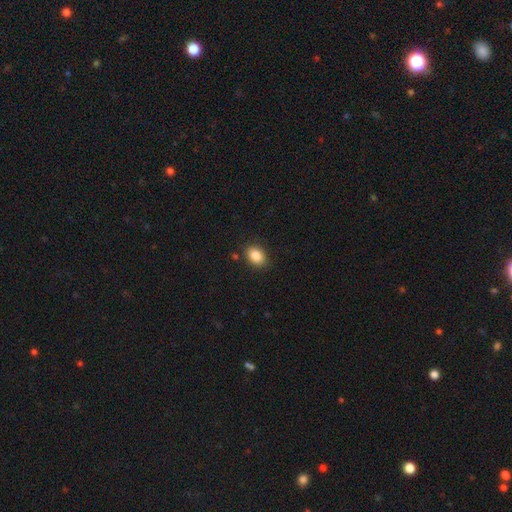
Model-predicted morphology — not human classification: This appears to be a smooth galaxy with no disk features (86%) that is in between round and cigar-shaped (74%). Merging: none (86%).